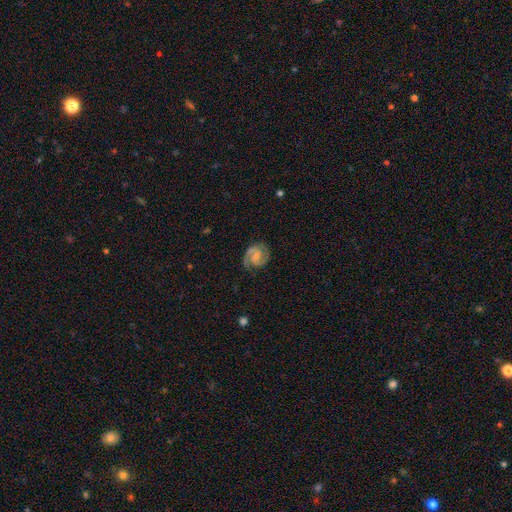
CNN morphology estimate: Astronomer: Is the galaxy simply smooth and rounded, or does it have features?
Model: featured or disk — 89%.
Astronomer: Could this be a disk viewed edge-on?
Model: no — 98%.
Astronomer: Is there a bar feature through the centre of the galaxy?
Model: weak — 53% (runner-up: no, 29%).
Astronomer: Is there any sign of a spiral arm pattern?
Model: yes — 98%.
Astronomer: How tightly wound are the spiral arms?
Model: medium — 53% (runner-up: tight, 39%).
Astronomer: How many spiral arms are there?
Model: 2 — 93%.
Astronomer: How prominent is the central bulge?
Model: small — 45% (runner-up: moderate, 30%).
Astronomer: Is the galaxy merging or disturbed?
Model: none — 82%.